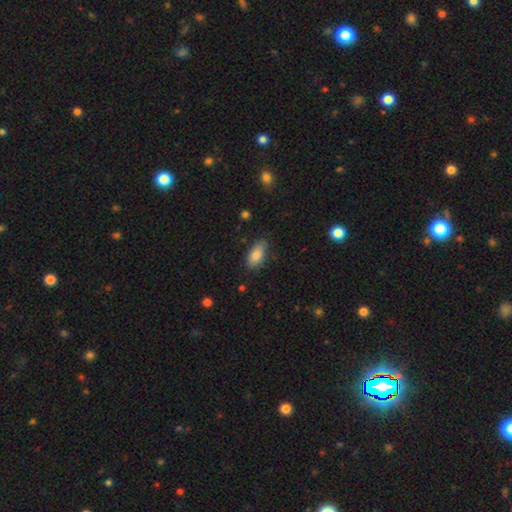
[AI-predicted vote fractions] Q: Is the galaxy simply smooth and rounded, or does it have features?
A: smooth — 84%.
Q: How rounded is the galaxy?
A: in between — 90%.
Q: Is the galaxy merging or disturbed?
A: none — 71%.